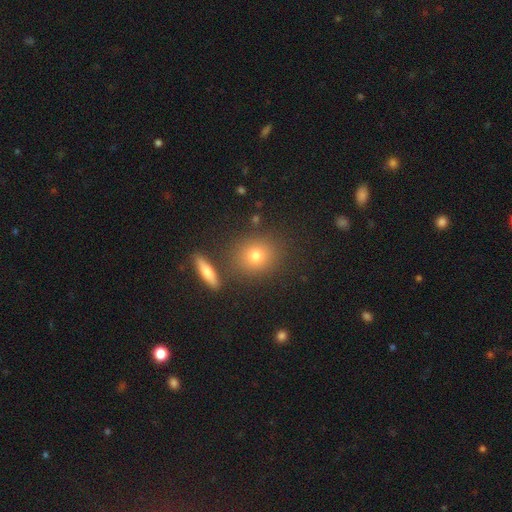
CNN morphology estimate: A smooth galaxy with no disk features (76%) that is round (73%).

Vote fractions:
- Smooth or featured? smooth: 76% / star or artifact: 12% / featured or disk: 12%
- How rounded? round: 73% / in between: 24% / cigar-shaped: 3%
- Merging? none: 80% / minor disturbance: 9% / merger: 8% / major disturbance: 3%